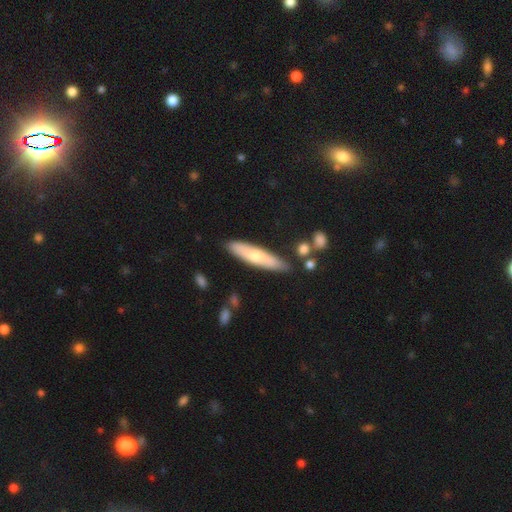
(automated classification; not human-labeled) Smooth or featured: smooth — 60% (featured or disk — 34%)
How rounded: cigar-shaped — 80% (in between — 19%)
Merging: none — 82% (minor disturbance — 12%)